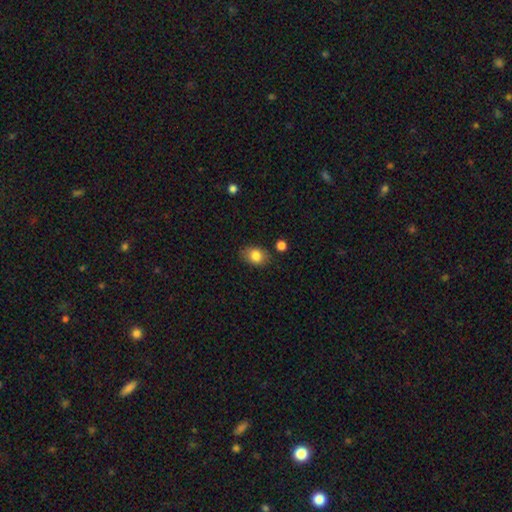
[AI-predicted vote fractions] The model was most divided on "how rounded": in between: 64%, round: 35%, cigar-shaped: 1%. More confident: smooth or featured — smooth (83%); merging — none (78%).